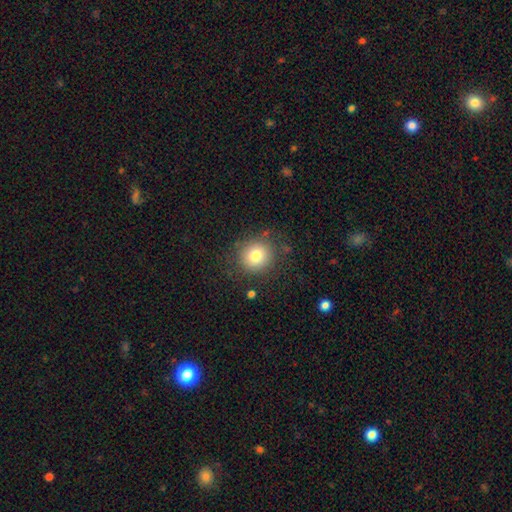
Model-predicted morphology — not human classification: Smooth or featured: smooth — 79% (star or artifact — 12%)
How rounded: round — 90% (in between — 9%)
Merging: none — 85% (minor disturbance — 10%)